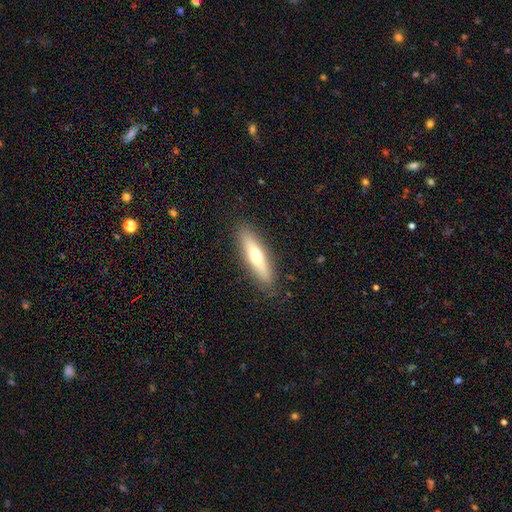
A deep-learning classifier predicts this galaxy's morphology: A smooth galaxy with no disk features (56%) that is cigar-shaped (72%).

Vote fractions:
- Smooth or featured? smooth: 56% / featured or disk: 38% / star or artifact: 6%
- How rounded? cigar-shaped: 72% / in between: 26% / round: 2%
- Merging? none: 88% / minor disturbance: 9% / major disturbance: 2% / merger: 1%